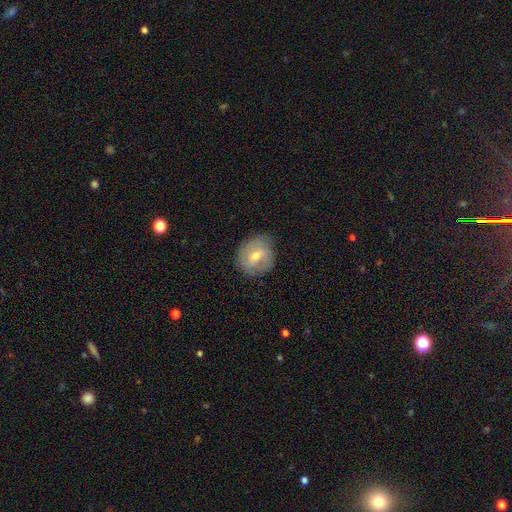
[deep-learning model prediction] This is possibly a featured or disk galaxy (54%). It is clearly not viewed edge-on (95%). Bar: possibly weak (50%). Spiral arm pattern: likely yes (67%). Central bulge: possibly moderate (57%). Merging: likely none (77%).